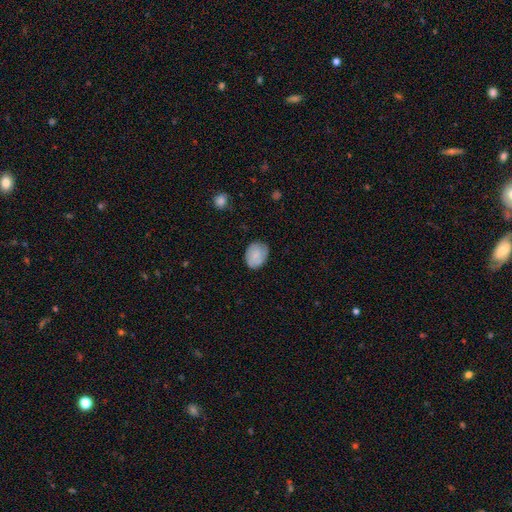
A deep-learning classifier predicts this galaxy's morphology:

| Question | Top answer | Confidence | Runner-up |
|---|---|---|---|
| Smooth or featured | smooth | 82% | featured or disk (12%) |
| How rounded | in between | 57% | round (42%) |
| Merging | none | 78% | minor disturbance (18%) |